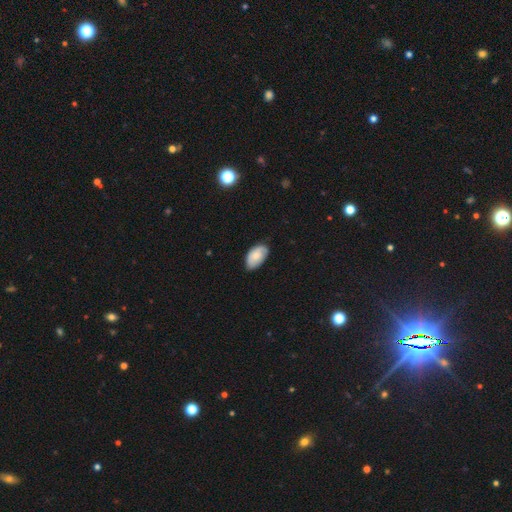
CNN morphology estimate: Smooth or featured? Predicted: smooth (p=0.67). How rounded? Predicted: in between (p=0.94). Merging? Predicted: none (p=0.72).